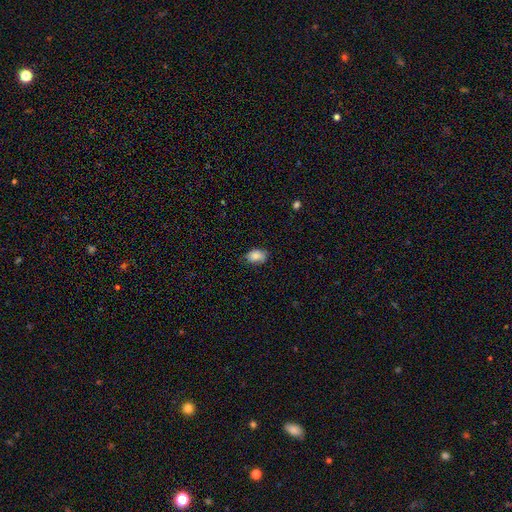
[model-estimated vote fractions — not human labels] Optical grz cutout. It shows a smooth galaxy with no disk features (84%) that is in between round and cigar-shaped (86%). Merging: none (68%).